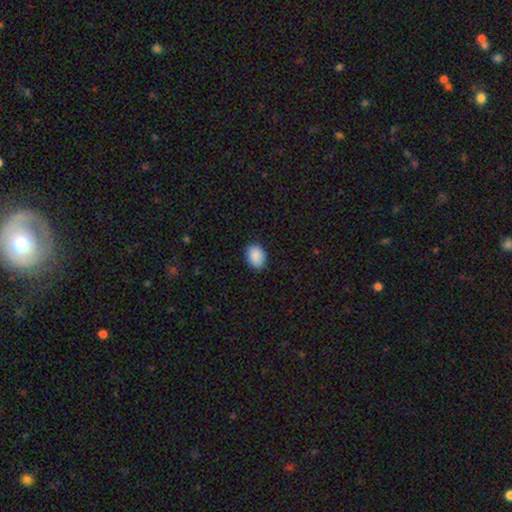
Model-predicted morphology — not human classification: This is clearly a smooth galaxy (90%). How rounded: likely in between (72%). Merging: clearly none (87%).